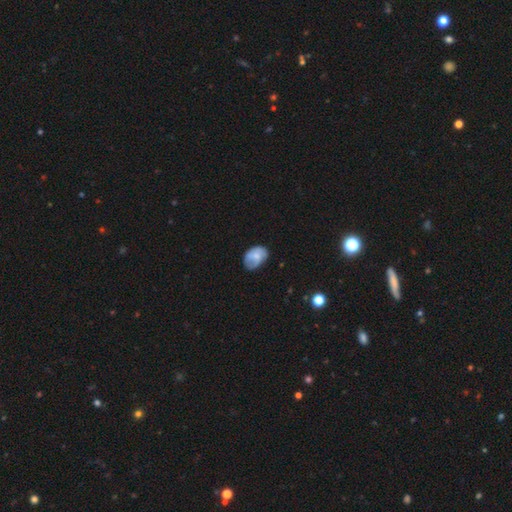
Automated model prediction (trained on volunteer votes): This is possibly a smooth galaxy (58%). How rounded: likely in between (78%). Merging: possibly none (55%).